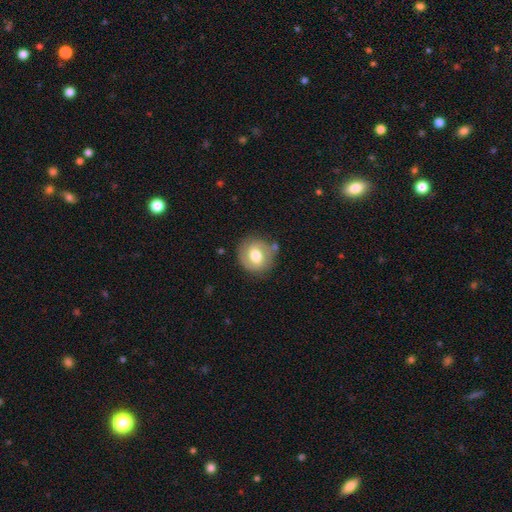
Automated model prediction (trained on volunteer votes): Smooth or featured? smooth (61%)
How rounded? round (84%)
Merging? none (77%)